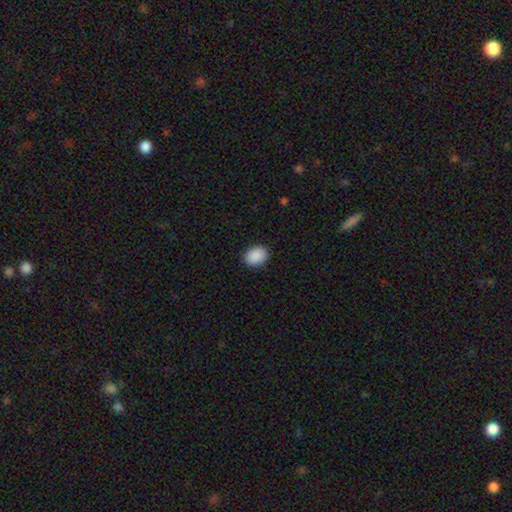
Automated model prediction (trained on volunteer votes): Smooth or featured? smooth (90%)
How rounded? in between (67%)
Merging? none (89%)